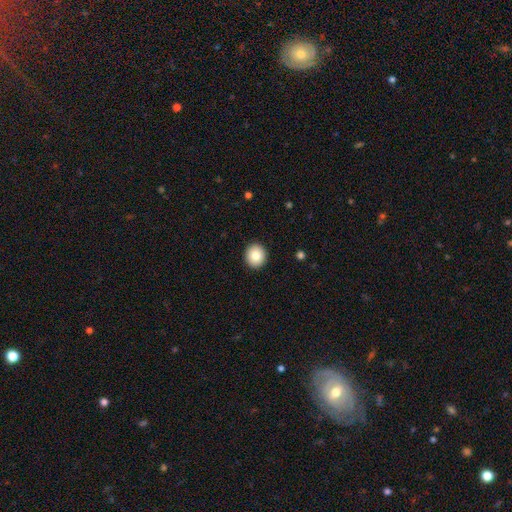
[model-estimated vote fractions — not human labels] The model was most divided on "smooth or featured": smooth: 83%, featured or disk: 9%, star or artifact: 9%. More confident: merging — none (93%); how rounded — round (89%).